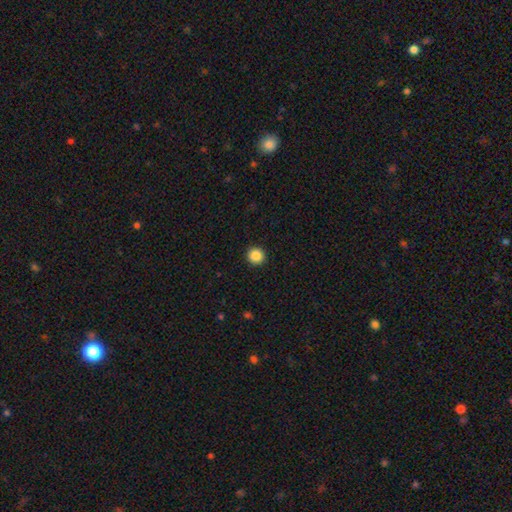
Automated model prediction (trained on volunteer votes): This is clearly a smooth galaxy (88%). How rounded: clearly round (95%). Merging: clearly none (93%).